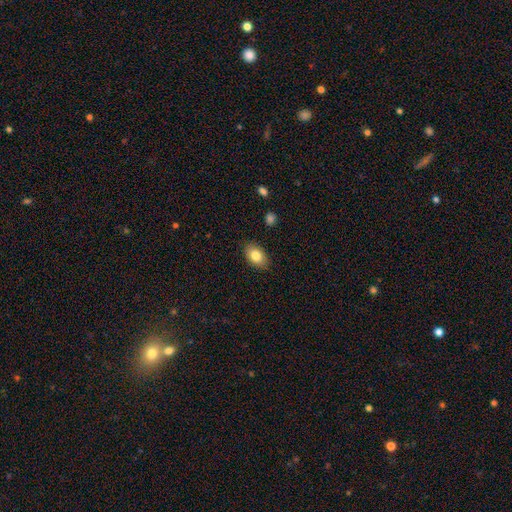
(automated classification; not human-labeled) Morphology: type=smooth (83%); roundness=in between (88%); merging=none (87%).